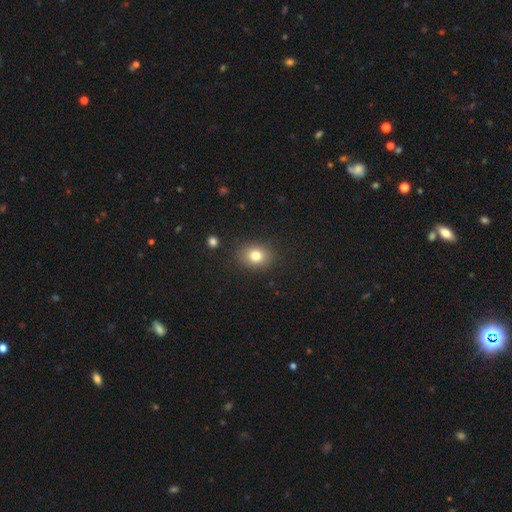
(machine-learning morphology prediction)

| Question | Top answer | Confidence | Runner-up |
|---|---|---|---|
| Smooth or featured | smooth | 79% | star or artifact (12%) |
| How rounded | round | 51% | in between (48%) |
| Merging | none | 86% | minor disturbance (9%) |